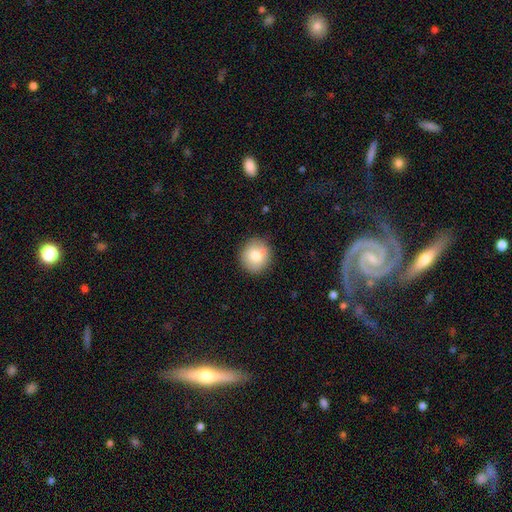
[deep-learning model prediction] Smooth or featured? Predicted: smooth (p=0.79). How rounded? Predicted: round (p=0.90). Merging? Predicted: none (p=0.86).